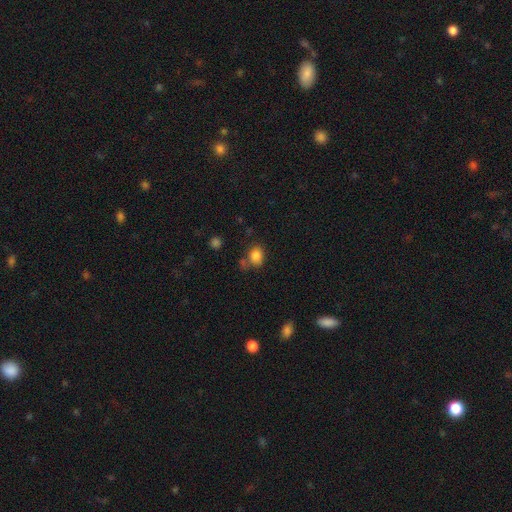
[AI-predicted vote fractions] Smooth or featured? smooth (84%)
How rounded? in between (53%)
Merging? none (65%)